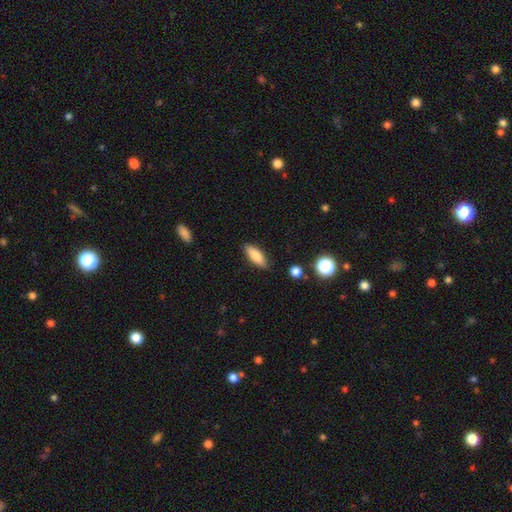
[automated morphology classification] type=smooth (80%); roundness=in between (60%); merging=none (85%).